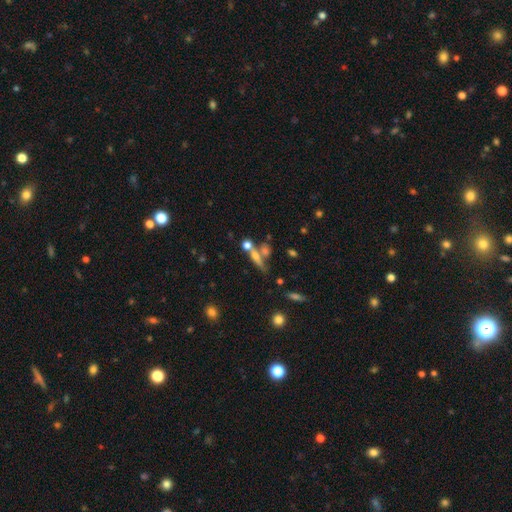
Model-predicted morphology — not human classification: Smooth or featured: smooth — 54% (featured or disk — 32%)
How rounded: cigar-shaped — 54% (in between — 29%)
Merging: none — 44% (merger — 35%)